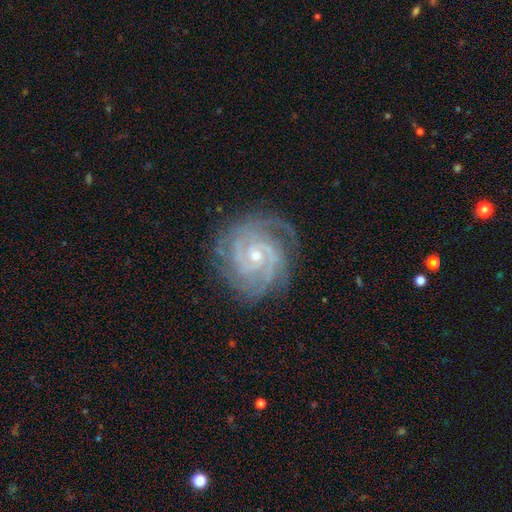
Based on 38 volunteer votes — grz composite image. It shows a featured or disk galaxy (92%) with no bar (68%), 4 (33%) tight (79%) spiral arms (97%) and a small central bulge (53%). Merging: none (94%).